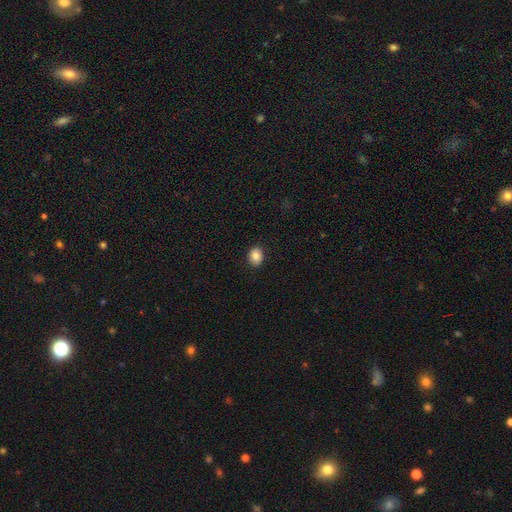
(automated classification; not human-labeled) smooth_or_featured: smooth (p=0.84) [alt: star or artifact p=0.09]
how_rounded: round (p=0.50) [alt: in between p=0.49]
merging: none (p=0.89) [alt: minor disturbance p=0.08]